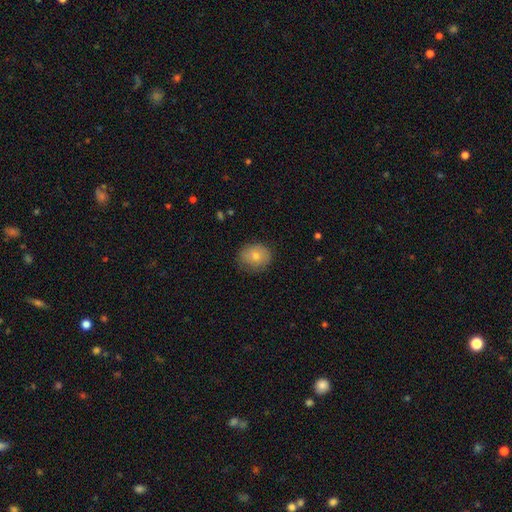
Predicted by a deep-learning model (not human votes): Smooth or featured? smooth (77%)
How rounded? round (66%)
Merging? none (78%)